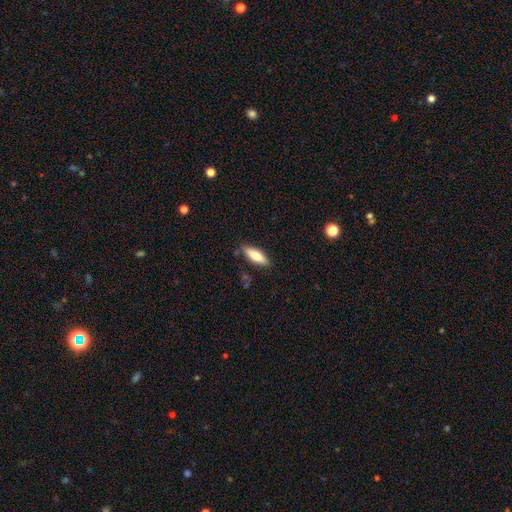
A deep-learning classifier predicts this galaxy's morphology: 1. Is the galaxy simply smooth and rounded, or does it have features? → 74% smooth, 20% featured or disk, 6% star or artifact.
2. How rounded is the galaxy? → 53% in between, 45% cigar-shaped, 2% round.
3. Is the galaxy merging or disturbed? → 82% none, 13% minor disturbance, 3% major disturbance, 2% merger.